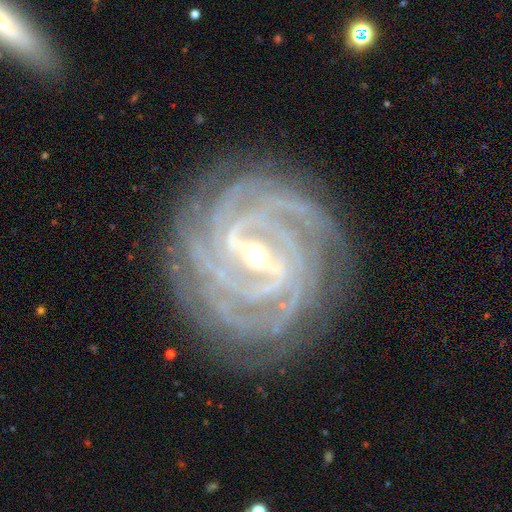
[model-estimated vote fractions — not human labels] Morphology: type=featured or disk (93%); edge-on=no (97%); bar=strong (62%); spiral arms=yes (99%); winding=tight (86%); arm count=4 (34%); bulge=small (54%); merging=none (86%).